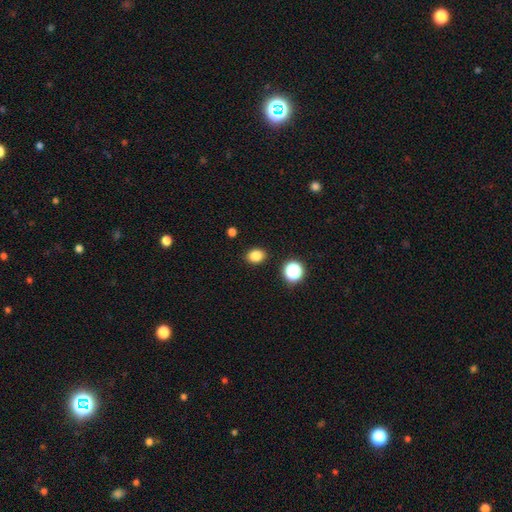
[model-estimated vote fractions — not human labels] Morphology: type=smooth (84%); roundness=in between (50%); merging=none (88%).